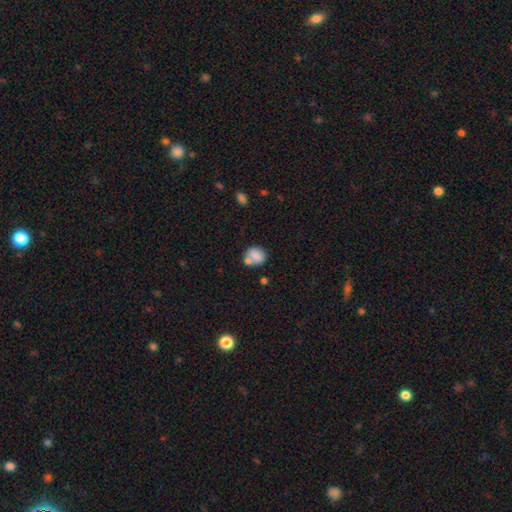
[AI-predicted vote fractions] Smooth or featured: smooth — 78% (featured or disk — 13%)
How rounded: round — 70% (in between — 29%)
Merging: none — 51% (merger — 28%)